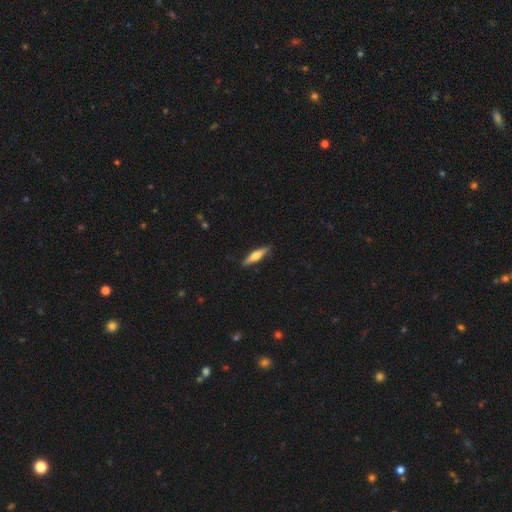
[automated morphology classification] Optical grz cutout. It shows a smooth galaxy with no disk features (51%) that is cigar-shaped (80%). Merging: none (88%).